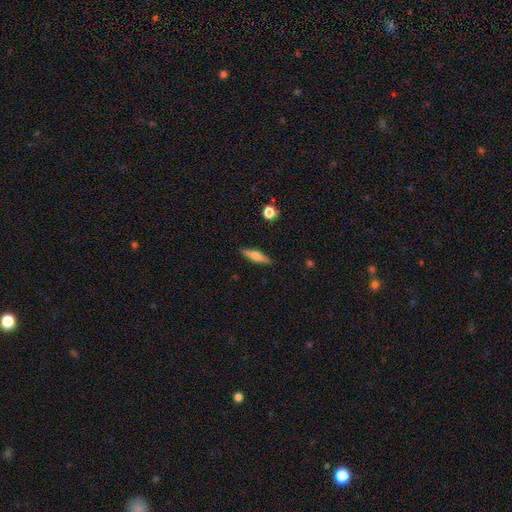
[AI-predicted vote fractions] smooth 51%, featured or disk 42%, star or artifact 7%. Down the decision tree: how rounded — cigar-shaped (70%); merging — none (88%).